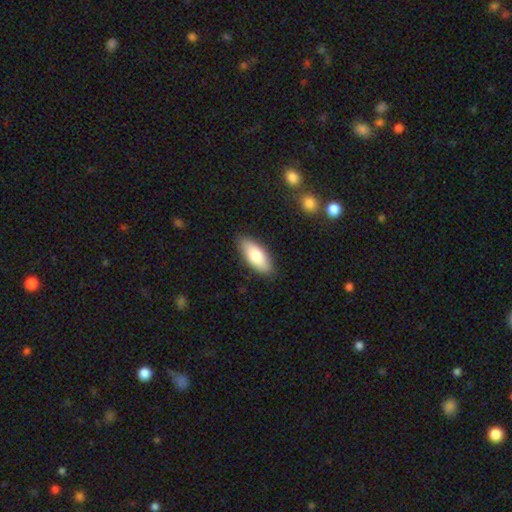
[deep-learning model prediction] The model was most divided on "how rounded": in between: 80%, cigar-shaped: 18%, round: 2%. More confident: merging — none (86%); smooth or featured — smooth (81%).